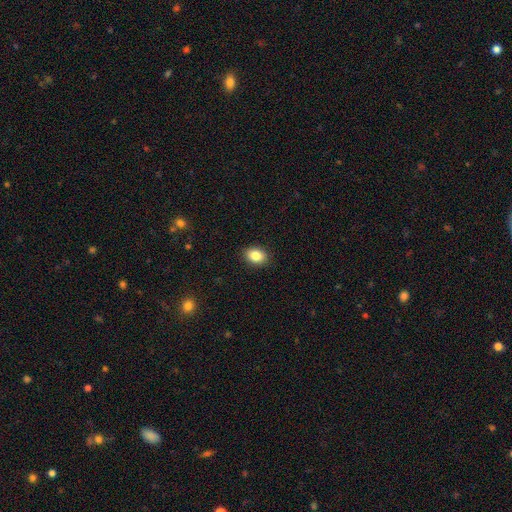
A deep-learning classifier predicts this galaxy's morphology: This appears to be a smooth galaxy with no disk features (85%) that is in between round and cigar-shaped (73%). Merging: none (90%).